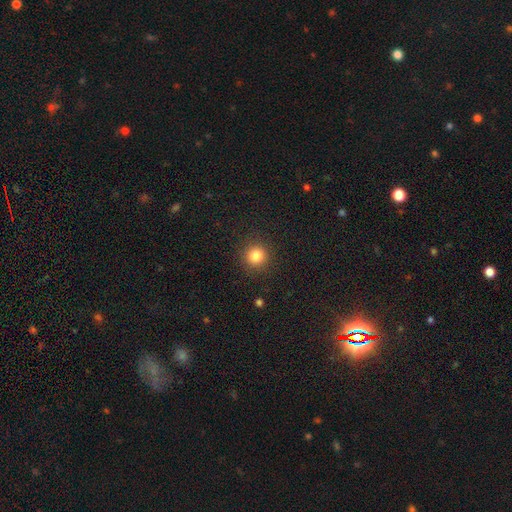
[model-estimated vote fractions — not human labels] Smooth or featured?
  - smooth: 83% *
  - star or artifact: 12%
  - featured or disk: 5%
How rounded?
  - round: 94% *
  - in between: 6%
  - cigar-shaped: 1%
Merging?
  - none: 91% *
  - minor disturbance: 6%
  - major disturbance: 2%
  - merger: 1%